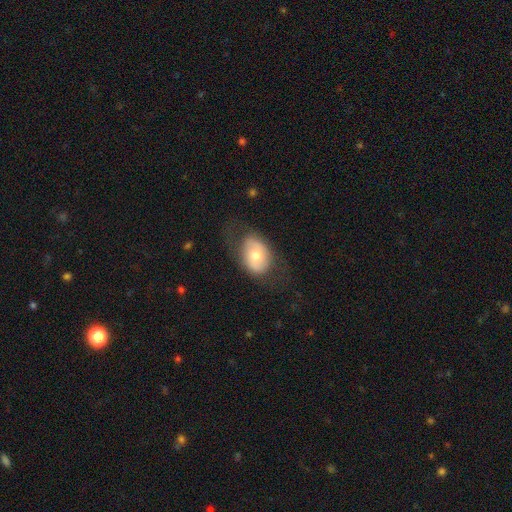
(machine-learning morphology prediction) This appears to be a smooth galaxy with no disk features (60%) that is in between round and cigar-shaped (78%). Merging: none (63%).